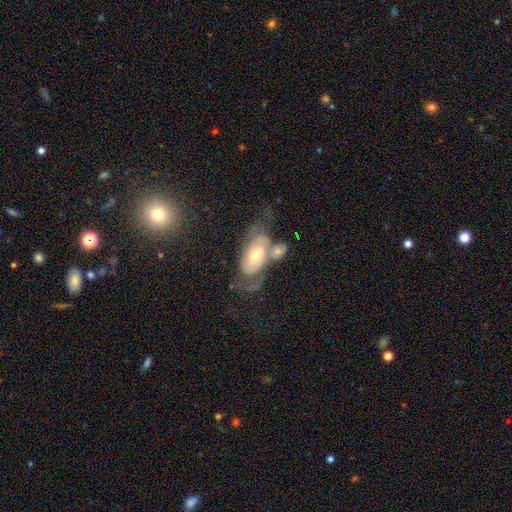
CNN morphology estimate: Smooth or featured? Predicted: featured or disk (p=0.67). Edge-on disk? Predicted: no (p=0.92). Bar? Predicted: no (p=0.54). Spiral arms? Predicted: yes (p=0.80). Bulge size? Predicted: moderate (p=0.55). Merging? Predicted: none (p=0.37).